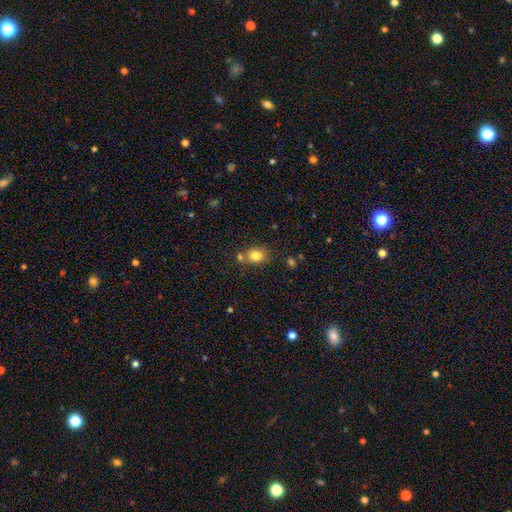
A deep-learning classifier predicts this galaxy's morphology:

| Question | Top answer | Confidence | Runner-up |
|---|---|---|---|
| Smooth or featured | smooth | 81% | star or artifact (11%) |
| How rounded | round | 52% | in between (47%) |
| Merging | none | 67% | merger (17%) |